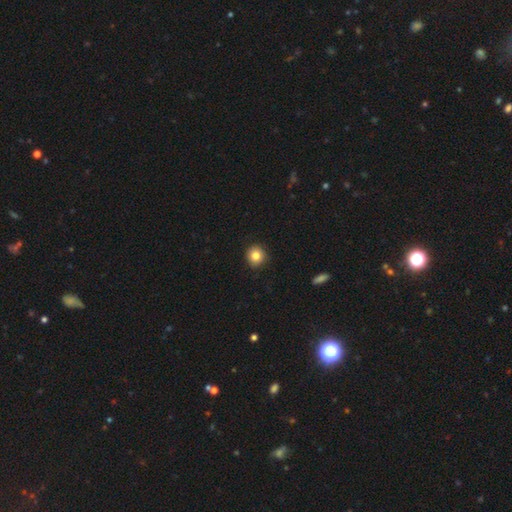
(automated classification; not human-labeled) Morphology: type=smooth (83%); roundness=round (92%); merging=none (91%).